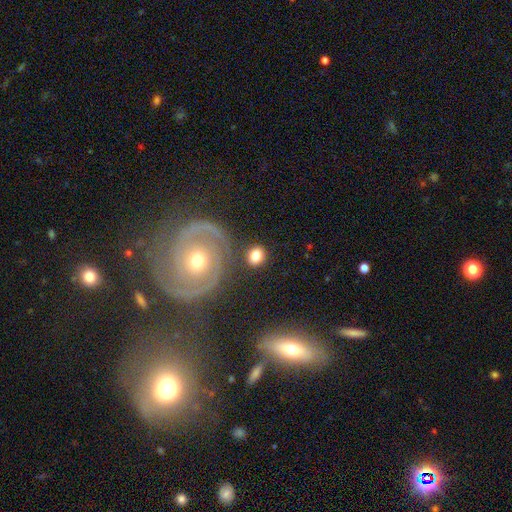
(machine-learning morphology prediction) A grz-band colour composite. It shows a smooth galaxy with no disk features (77%) that is round (64%). Merging: none (76%).